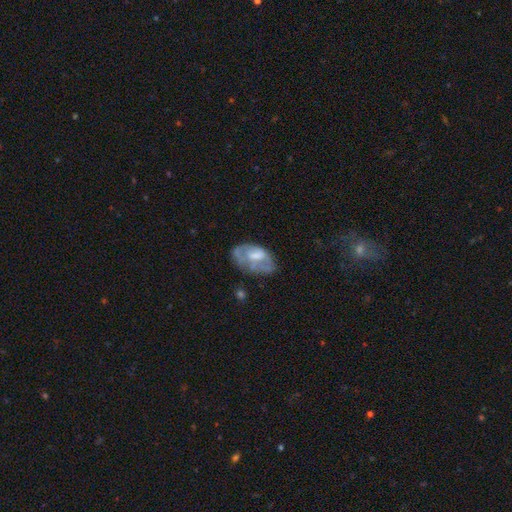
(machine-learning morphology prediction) Smooth or featured?
  - featured or disk: 52% *
  - smooth: 39%
  - star or artifact: 9%
Edge-on disk?
  - no: 94% *
  - yes: 6%
Merging?
  - none: 48% *
  - minor disturbance: 29%
  - major disturbance: 19%
  - merger: 4%